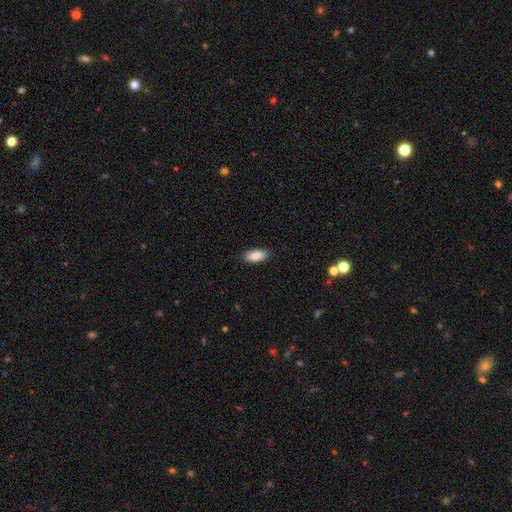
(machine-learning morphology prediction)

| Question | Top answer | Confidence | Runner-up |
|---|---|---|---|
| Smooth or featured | smooth | 89% | star or artifact (6%) |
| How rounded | in between | 84% | cigar-shaped (14%) |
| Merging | none | 88% | minor disturbance (9%) |